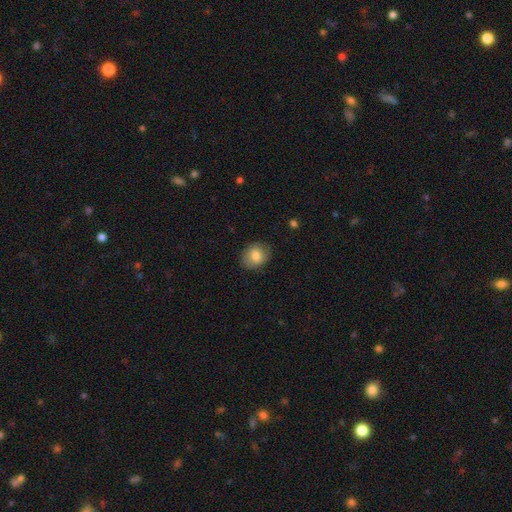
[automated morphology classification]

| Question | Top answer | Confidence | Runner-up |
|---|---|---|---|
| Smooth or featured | smooth | 79% | featured or disk (13%) |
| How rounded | round | 60% | in between (39%) |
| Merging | none | 83% | minor disturbance (13%) |